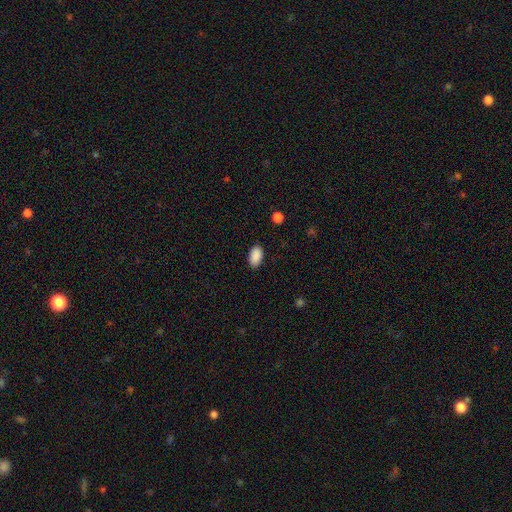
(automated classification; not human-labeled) Smooth or featured? smooth (90%)
How rounded? in between (94%)
Merging? none (87%)